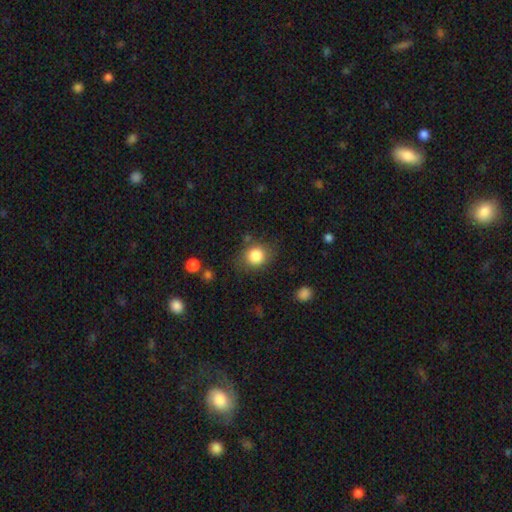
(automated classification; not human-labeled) smooth-or-featured: smooth: 84% | star or artifact: 9% | featured or disk: 6%
  how-rounded: round: 73% | in between: 26% | cigar-shaped: 1%
  merging: none: 76% | minor disturbance: 15% | major disturbance: 6% | merger: 3%